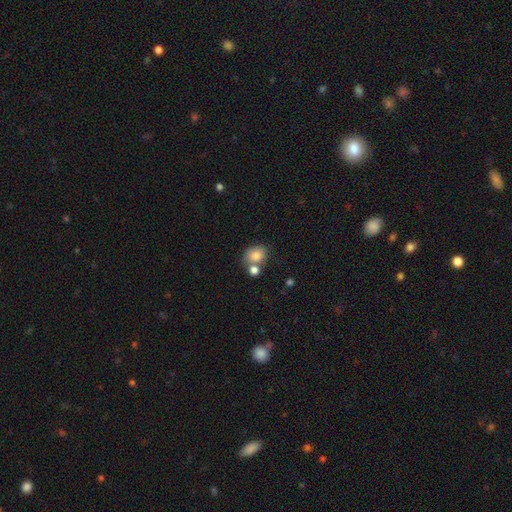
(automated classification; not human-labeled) smooth-or-featured: smooth: 82% | star or artifact: 9% | featured or disk: 9%
  how-rounded: round: 51% | in between: 48% | cigar-shaped: 1%
  merging: none: 51% | merger: 30% | minor disturbance: 14% | major disturbance: 5%